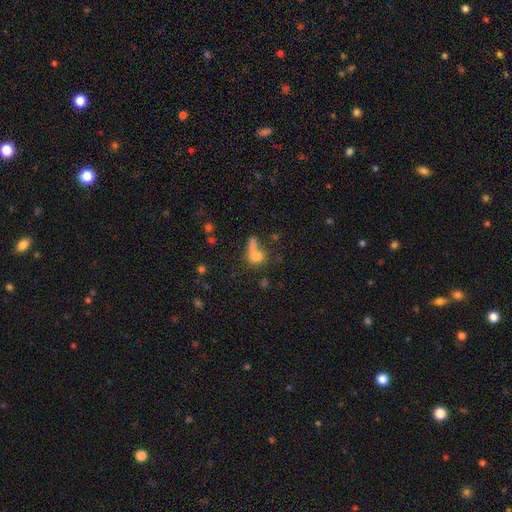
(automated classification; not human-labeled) Q: Smooth or featured?
A: smooth (73%); runner-up: featured or disk (14%)
Q: How rounded?
A: round (68%); runner-up: in between (28%)
Q: Merging?
A: none (38%); runner-up: merger (37%)